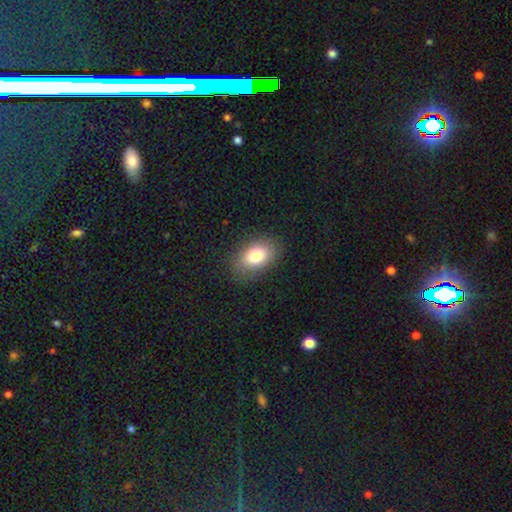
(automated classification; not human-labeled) smooth_or_featured: smooth (p=0.80) [alt: featured or disk p=0.11]
how_rounded: in between (p=0.86) [alt: round p=0.13]
merging: none (p=0.83) [alt: minor disturbance p=0.12]